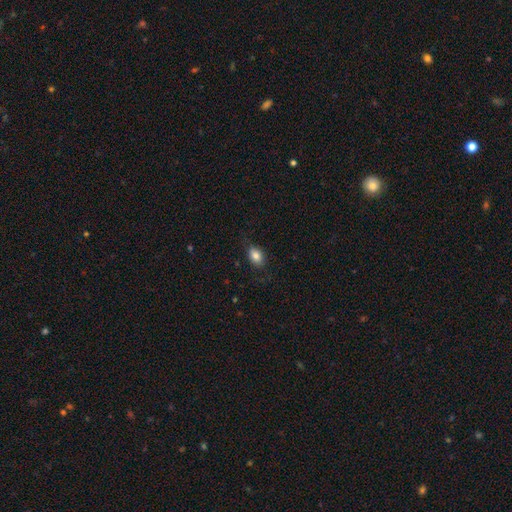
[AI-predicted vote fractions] Smooth or featured? smooth (82%)
How rounded? in between (78%)
Merging? none (76%)